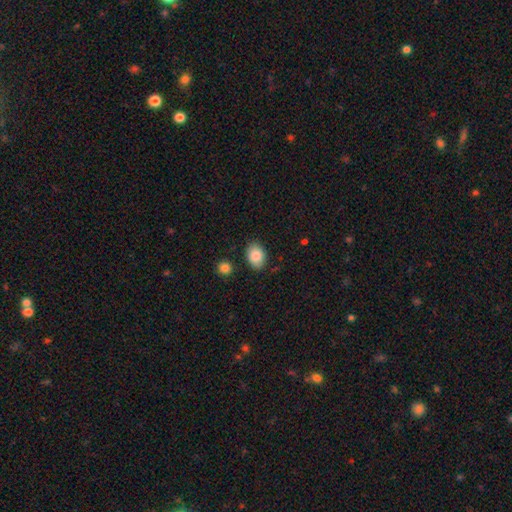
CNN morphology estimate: Smooth or featured? smooth (87%)
How rounded? in between (80%)
Merging? none (84%)